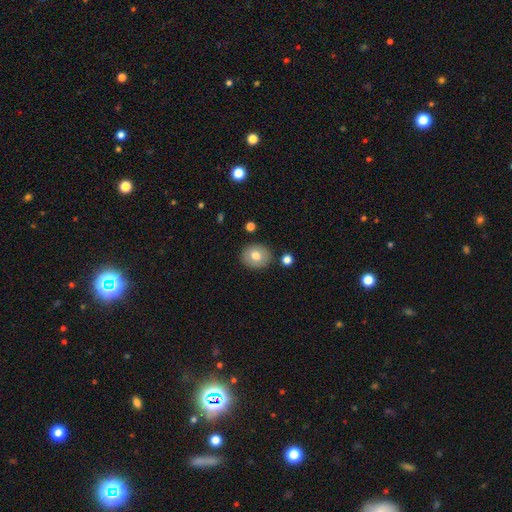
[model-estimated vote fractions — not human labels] Morphology: type=smooth (74%); roundness=round (65%); merging=none (86%).